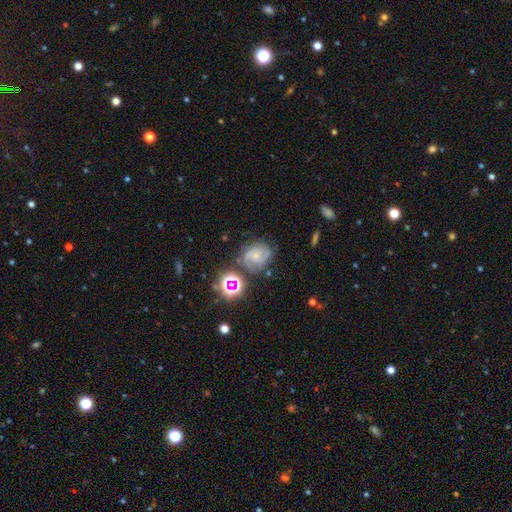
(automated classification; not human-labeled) Smooth or featured?
  - featured or disk: 62% *
  - smooth: 23%
  - star or artifact: 15%
Edge-on disk?
  - no: 97% *
  - yes: 3%
Bar?
  - no: 71% *
  - weak: 24%
  - strong: 5%
Spiral arms?
  - yes: 91% *
  - no: 9%
Spiral winding?
  - tight: 47% *
  - medium: 42%
  - loose: 12%
Spiral arm count?
  - 2: 43% *
  - 3: 23%
  - can't tell: 22%
  - 4: 4%
  - 1: 4%
  - more than 4: 3%
Bulge size?
  - small: 68% *
  - moderate: 22%
  - none: 7%
  - large: 2%
  - dominant: 1%
Merging?
  - none: 64% *
  - minor disturbance: 21%
  - major disturbance: 9%
  - merger: 7%